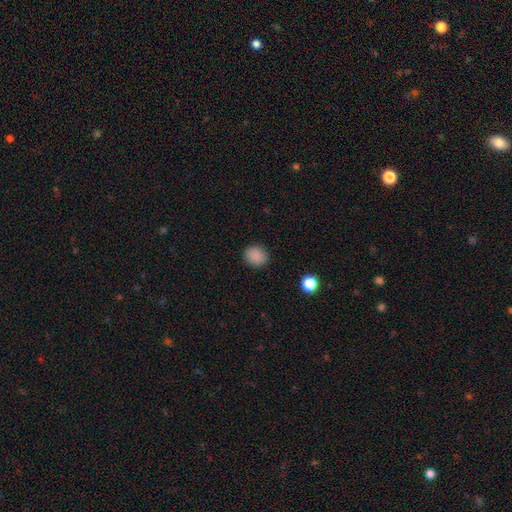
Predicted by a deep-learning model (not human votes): Smooth or featured? Predicted: smooth (p=0.87). How rounded? Predicted: round (p=0.71). Merging? Predicted: none (p=0.89).